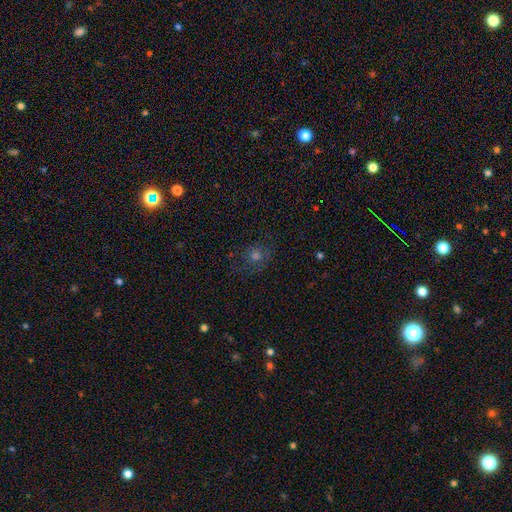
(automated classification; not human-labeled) smooth-or-featured: smooth: 48% | star or artifact: 30% | featured or disk: 22%
  merging: none: 73% | minor disturbance: 15% | major disturbance: 10% | merger: 2%